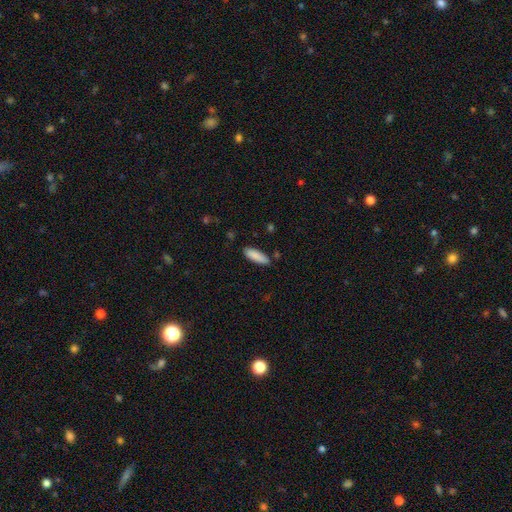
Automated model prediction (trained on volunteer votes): Overall: smooth (88%). How rounded: in between (54%; cigar-shaped 44%). Merging: none (83%).